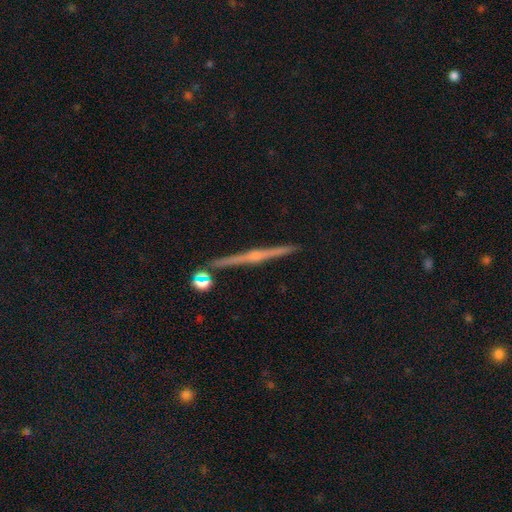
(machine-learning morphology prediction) A featured or disk galaxy (81%) viewed edge-on (98%) with a rounded central bulge (77%).

Vote fractions:
- Smooth or featured? featured or disk: 81% / smooth: 11% / star or artifact: 8%
- Edge-on disk? yes: 98% / no: 2%
- Edge-on bulge? rounded: 77% / none: 16% / boxy: 8%
- Merging? none: 89% / minor disturbance: 6% / merger: 3% / major disturbance: 2%